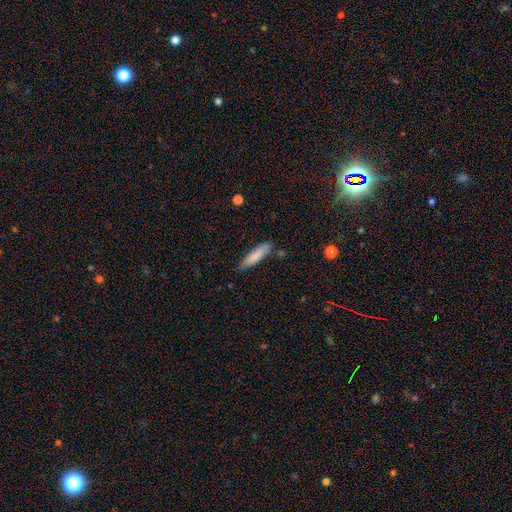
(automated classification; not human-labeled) Smooth or featured: smooth — 82% (featured or disk — 12%)
How rounded: cigar-shaped — 73% (in between — 25%)
Merging: none — 82% (minor disturbance — 13%)